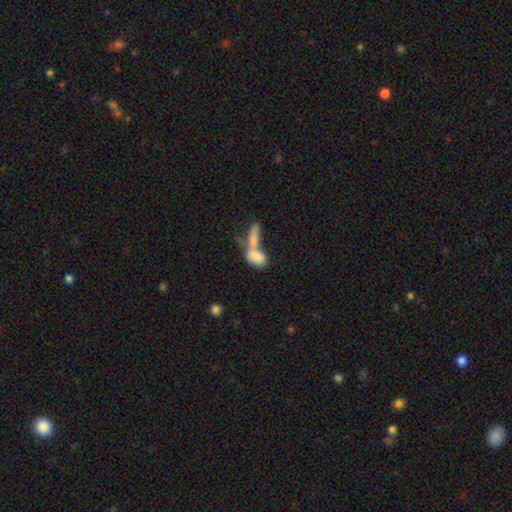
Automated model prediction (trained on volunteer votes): This appears to be a smooth galaxy with no disk features (77%) that is in between round and cigar-shaped (84%). Merging: merger (72%).